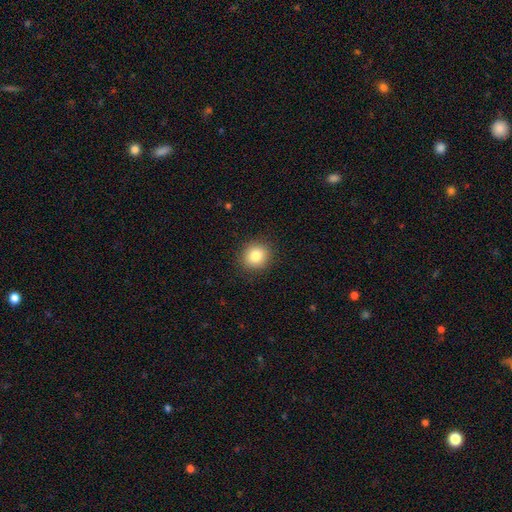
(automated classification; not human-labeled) Smooth or featured? Predicted: smooth (p=0.82). How rounded? Predicted: round (p=0.83). Merging? Predicted: none (p=0.90).